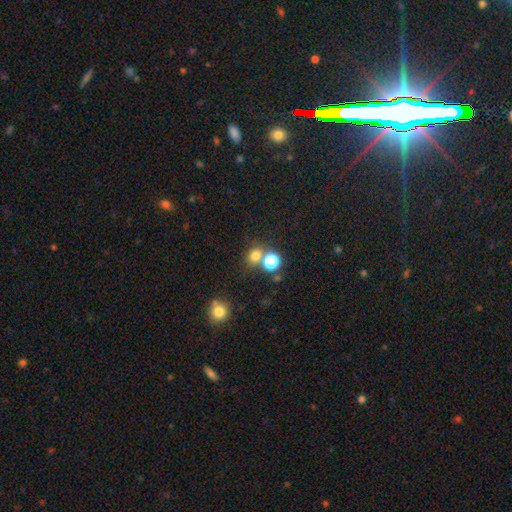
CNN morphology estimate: Smooth or featured? smooth (69%)
How rounded? round (68%)
Merging? none (65%)